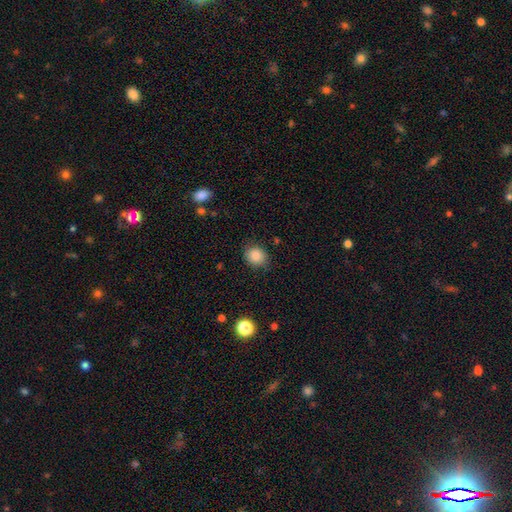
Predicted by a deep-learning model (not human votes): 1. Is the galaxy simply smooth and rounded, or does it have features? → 85% smooth, 10% star or artifact, 5% featured or disk.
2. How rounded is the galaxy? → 72% round, 27% in between, 1% cigar-shaped.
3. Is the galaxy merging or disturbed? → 83% none, 12% minor disturbance, 3% major disturbance, 1% merger.